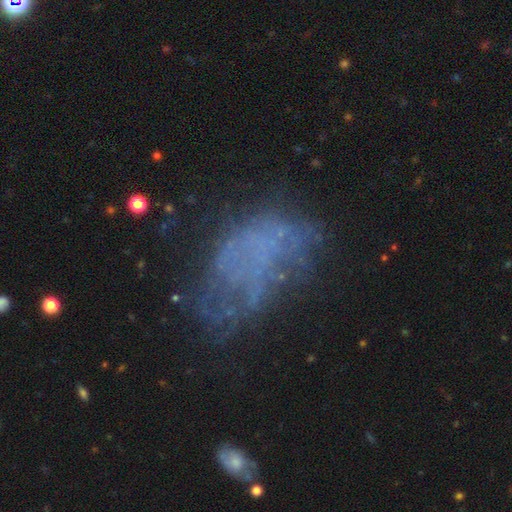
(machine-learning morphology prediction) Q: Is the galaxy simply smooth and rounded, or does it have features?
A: featured or disk — 46%.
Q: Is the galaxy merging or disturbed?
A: none — 41%.